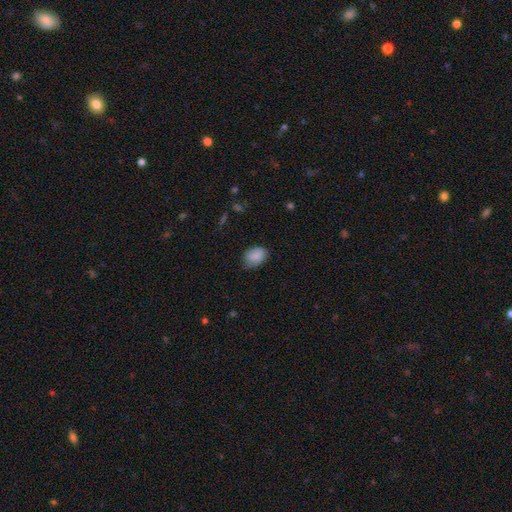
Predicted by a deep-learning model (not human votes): Smooth or featured? Predicted: smooth (p=0.86). How rounded? Predicted: in between (p=0.80). Merging? Predicted: none (p=0.68).